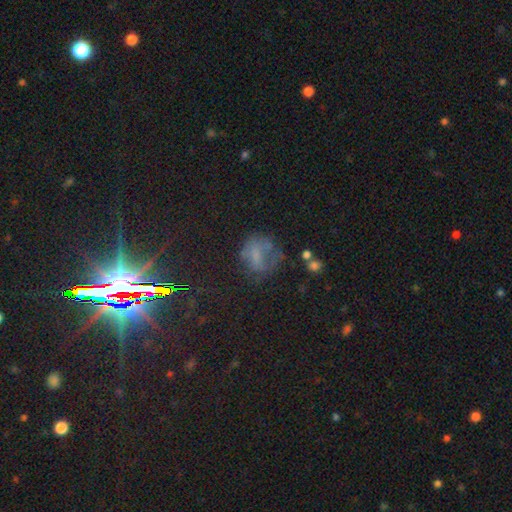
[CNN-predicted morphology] A smooth galaxy with no disk features (44%).

Vote fractions:
- Smooth or featured? smooth: 44% / star or artifact: 29% / featured or disk: 27%
- Merging? none: 45% / major disturbance: 26% / minor disturbance: 24% / merger: 5%